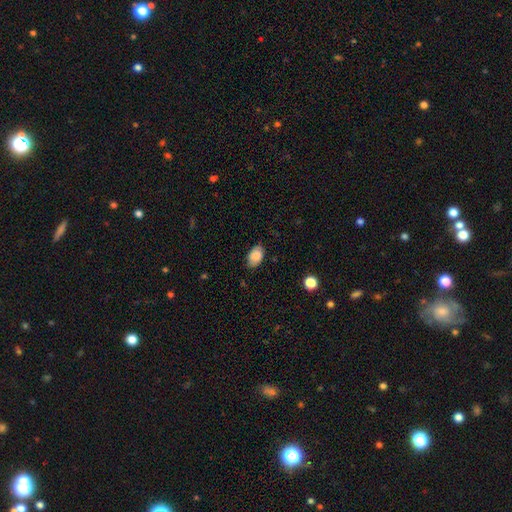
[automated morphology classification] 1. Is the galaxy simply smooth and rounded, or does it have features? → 84% smooth, 9% featured or disk, 8% star or artifact.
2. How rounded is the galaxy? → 90% in between, 9% round, 1% cigar-shaped.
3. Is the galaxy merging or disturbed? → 80% none, 16% minor disturbance, 3% major disturbance, 1% merger.